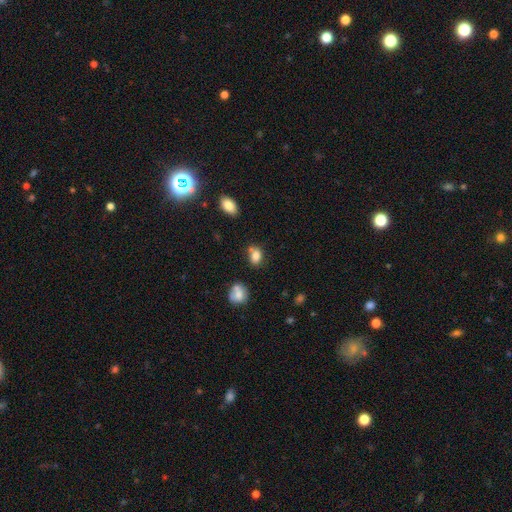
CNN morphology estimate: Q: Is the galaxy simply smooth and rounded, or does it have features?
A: smooth — 81%.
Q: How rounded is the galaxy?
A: in between — 70%.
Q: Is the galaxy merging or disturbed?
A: none — 57%.